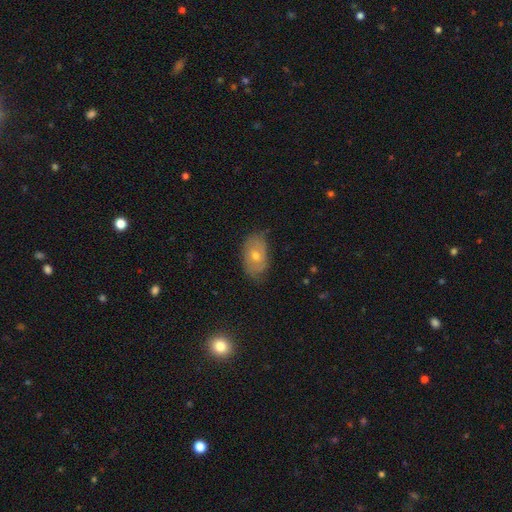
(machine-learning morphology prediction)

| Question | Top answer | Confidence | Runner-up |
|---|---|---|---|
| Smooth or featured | smooth | 50% | featured or disk (40%) |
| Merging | none | 72% | minor disturbance (22%) |